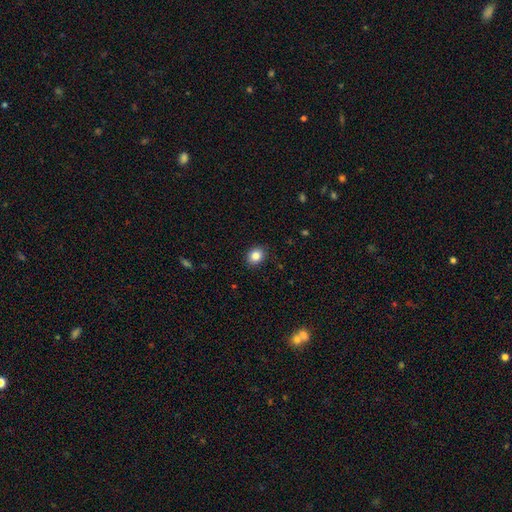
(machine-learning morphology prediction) Smooth or featured?
  - smooth: 85% *
  - star or artifact: 10%
  - featured or disk: 6%
How rounded?
  - round: 59% *
  - in between: 41%
  - cigar-shaped: 1%
Merging?
  - none: 90% *
  - minor disturbance: 7%
  - major disturbance: 2%
  - merger: 1%